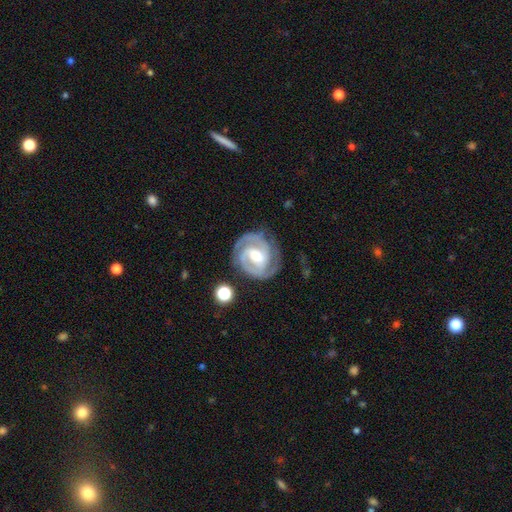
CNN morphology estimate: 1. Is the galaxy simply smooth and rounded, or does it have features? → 91% featured or disk, 5% smooth, 4% star or artifact.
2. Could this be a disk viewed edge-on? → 98% no, 2% yes.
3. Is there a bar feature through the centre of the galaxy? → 47% weak, 33% strong, 20% no.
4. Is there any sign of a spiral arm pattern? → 98% yes, 2% no.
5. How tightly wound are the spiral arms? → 63% tight, 32% medium, 4% loose.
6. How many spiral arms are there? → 77% 2, 12% 3, 5% can't tell, 2% 1, 2% 4, 2% more than 4.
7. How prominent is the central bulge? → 62% moderate, 29% small, 6% large, 1% none, 1% dominant.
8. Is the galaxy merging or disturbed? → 79% none, 14% minor disturbance, 5% major disturbance, 2% merger.